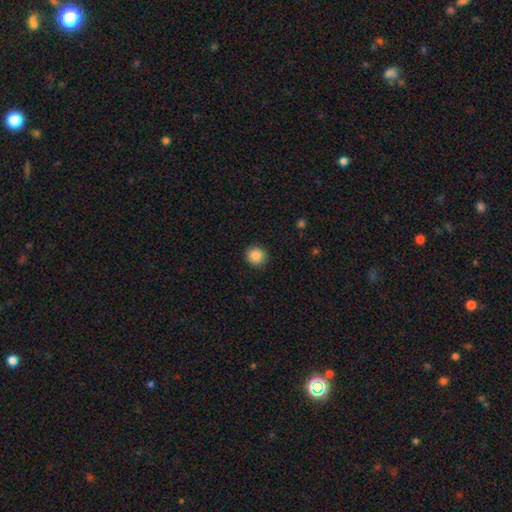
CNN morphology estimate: The model was most divided on "smooth or featured": smooth: 87%, star or artifact: 9%, featured or disk: 3%. More confident: how rounded — round (93%); merging — none (91%).